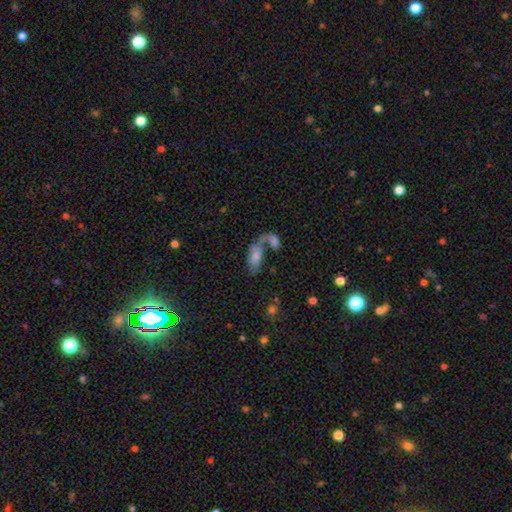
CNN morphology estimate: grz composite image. It shows a smooth galaxy with no disk features (57%) that is in between round and cigar-shaped (83%). Merging: merger (53%).